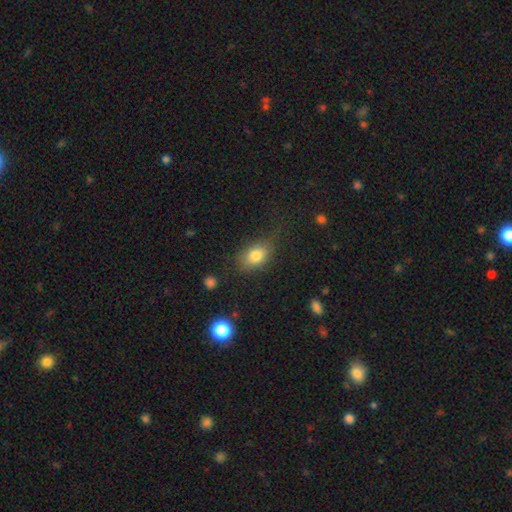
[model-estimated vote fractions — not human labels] A smooth galaxy with no disk features (80%) that is in between round and cigar-shaped (78%). Merging: none (66%).